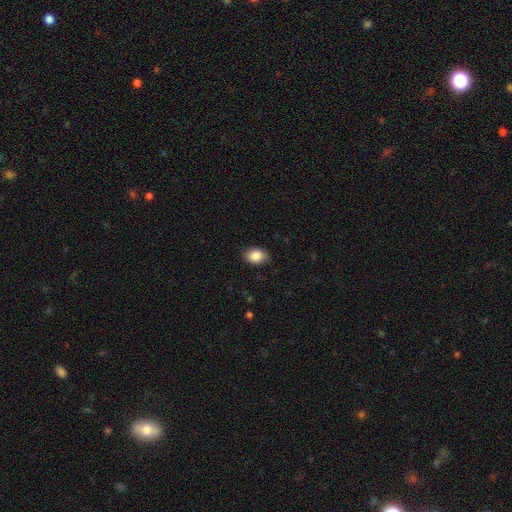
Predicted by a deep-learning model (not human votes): The model was most divided on "how rounded": in between: 79%, round: 20%, cigar-shaped: 1%. More confident: smooth or featured — smooth (88%); merging — none (86%).